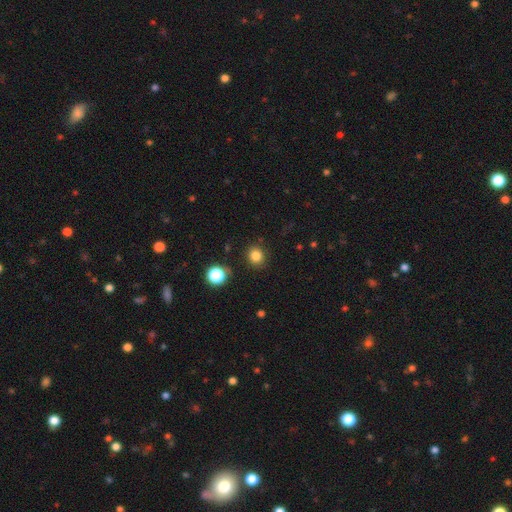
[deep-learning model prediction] A smooth galaxy with no disk features (82%) that is round (87%). Merging: none (86%).